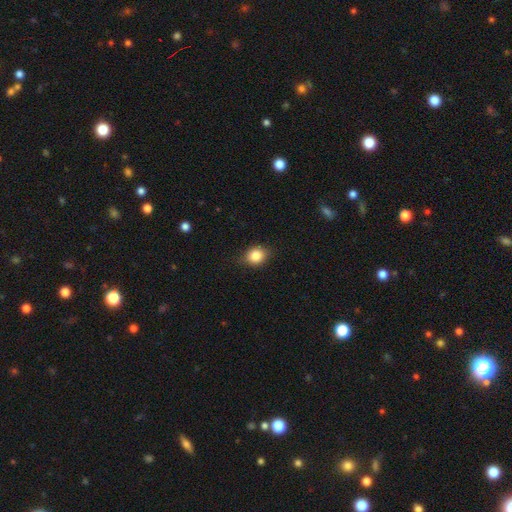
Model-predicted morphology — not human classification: smooth 84%, star or artifact 9%, featured or disk 7%. Down the decision tree: how rounded — round (60%); merging — none (81%).